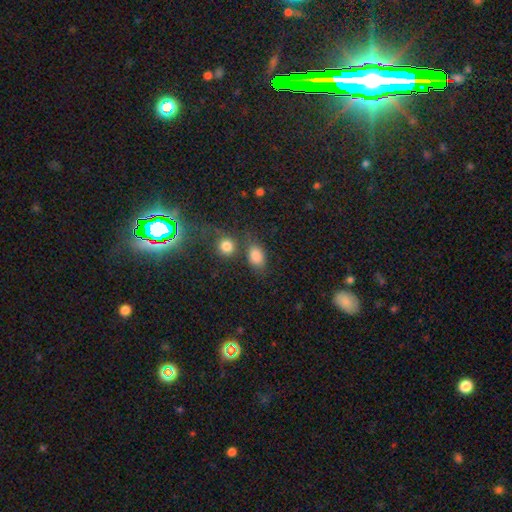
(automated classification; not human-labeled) Smooth or featured? smooth (83%)
How rounded? in between (74%)
Merging? none (58%)